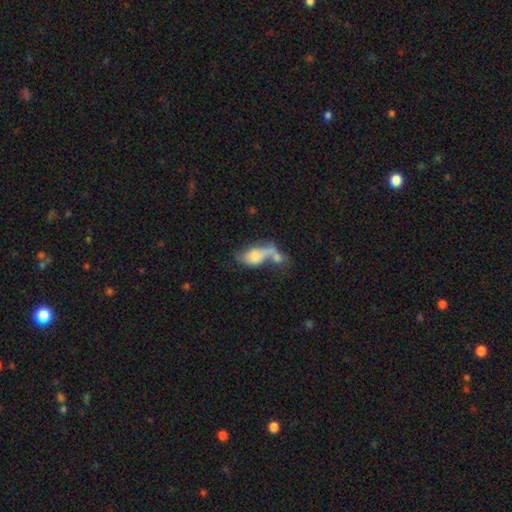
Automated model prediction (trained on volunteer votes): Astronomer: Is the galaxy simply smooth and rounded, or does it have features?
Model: smooth — 59%.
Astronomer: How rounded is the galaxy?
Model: in between — 79%.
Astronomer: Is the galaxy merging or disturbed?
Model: merger — 60%.